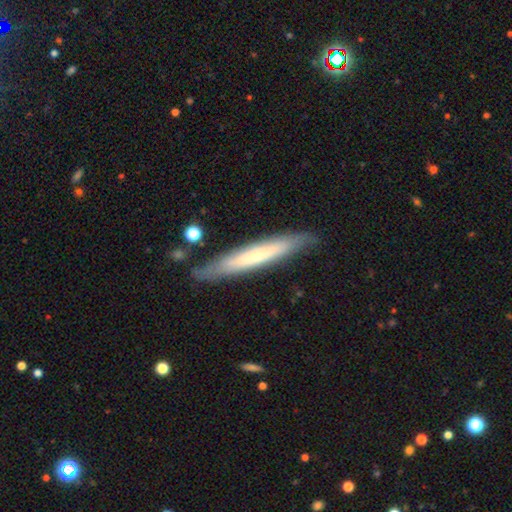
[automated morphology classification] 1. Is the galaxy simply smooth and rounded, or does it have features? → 55% smooth, 39% featured or disk, 6% star or artifact.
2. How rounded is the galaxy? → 94% cigar-shaped, 5% in between, 1% round.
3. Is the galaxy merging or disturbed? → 82% none, 13% minor disturbance, 3% major disturbance, 2% merger.